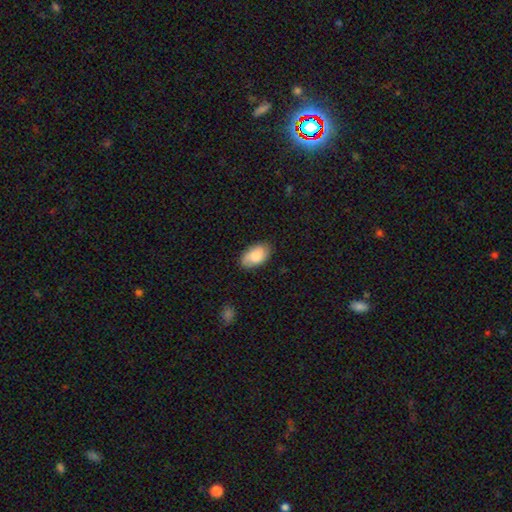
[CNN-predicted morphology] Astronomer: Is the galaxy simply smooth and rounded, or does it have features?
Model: smooth — 82%.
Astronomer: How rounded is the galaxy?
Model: in between — 94%.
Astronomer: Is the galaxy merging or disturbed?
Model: none — 80%.